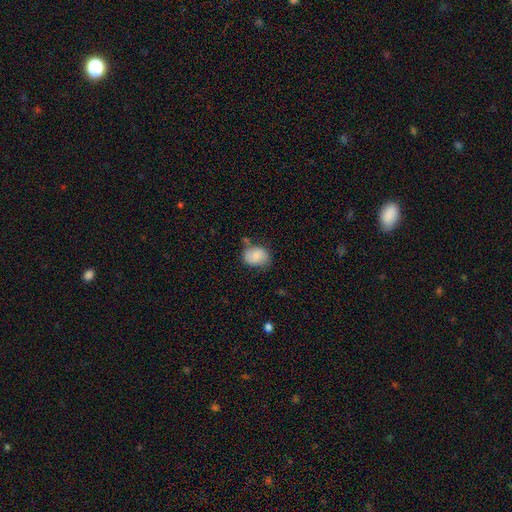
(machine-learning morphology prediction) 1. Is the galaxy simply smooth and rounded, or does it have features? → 76% smooth, 16% featured or disk, 8% star or artifact.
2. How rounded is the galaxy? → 60% in between, 39% round, 1% cigar-shaped.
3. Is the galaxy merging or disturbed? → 56% none, 28% minor disturbance, 8% major disturbance, 8% merger.